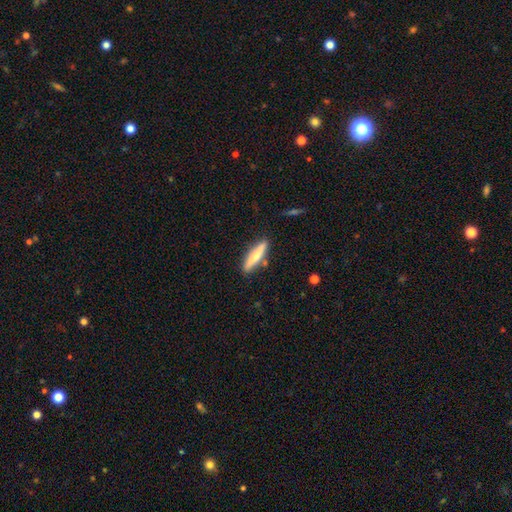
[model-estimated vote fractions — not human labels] A smooth galaxy with no disk features (65%) that is cigar-shaped (83%). Merging: none (84%).